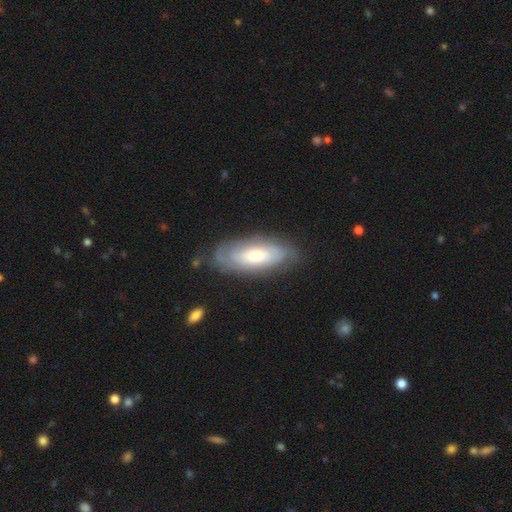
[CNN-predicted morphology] smooth_or_featured: featured or disk (p=0.54) [alt: smooth p=0.40]
disk_edge_on: no (p=0.83) [alt: yes p=0.17]
merging: none (p=0.74) [alt: minor disturbance p=0.18]